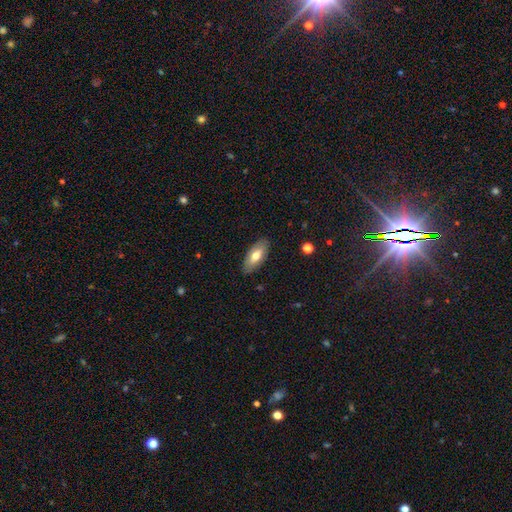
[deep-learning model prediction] Overall: smooth (67%; featured or disk 27%). How rounded: in between (85%). Merging: none (86%).